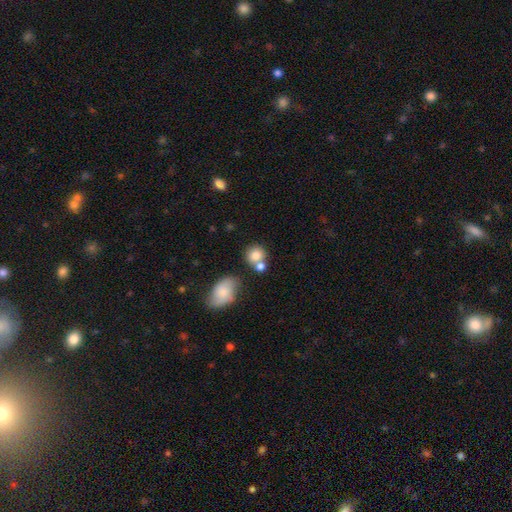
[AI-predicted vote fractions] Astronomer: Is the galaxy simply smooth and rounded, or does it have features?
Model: smooth — 81%.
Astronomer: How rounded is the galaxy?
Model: round — 78%.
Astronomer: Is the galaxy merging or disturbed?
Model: none — 52% (runner-up: merger, 33%).